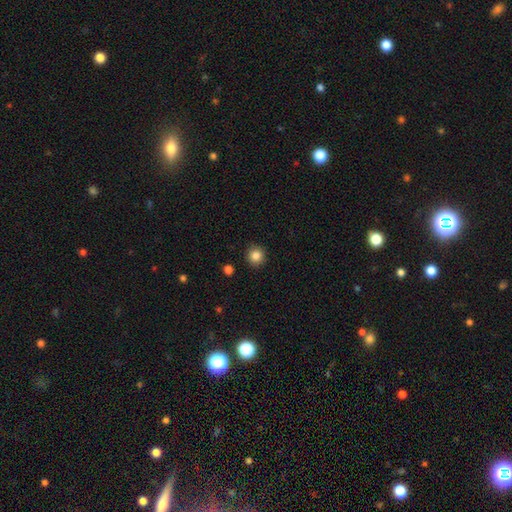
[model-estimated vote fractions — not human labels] Smooth or featured? smooth (85%)
How rounded? round (94%)
Merging? none (92%)